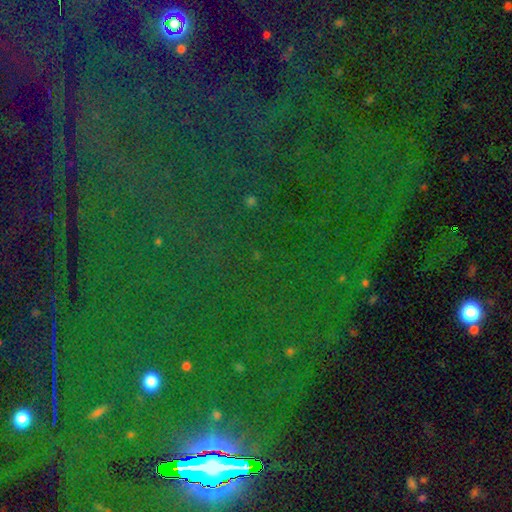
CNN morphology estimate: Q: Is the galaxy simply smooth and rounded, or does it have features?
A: star or artifact — 84%.